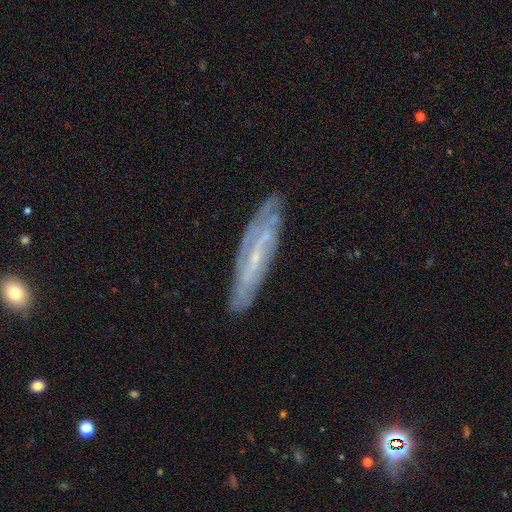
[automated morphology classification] type=featured or disk (77%); edge-on=no (64%); merging=none (77%).